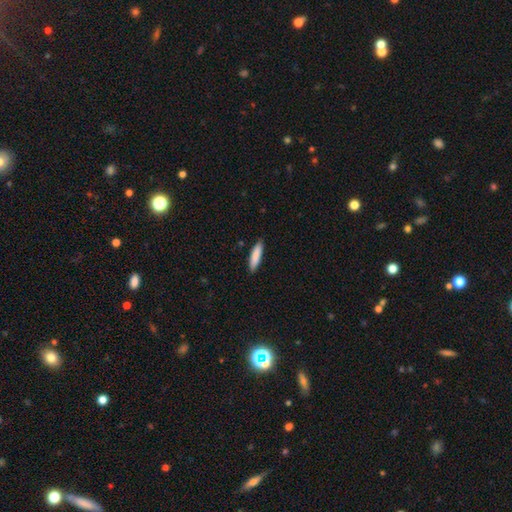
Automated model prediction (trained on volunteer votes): A smooth galaxy with no disk features (86%) that is cigar-shaped (77%). Merging: none (87%).